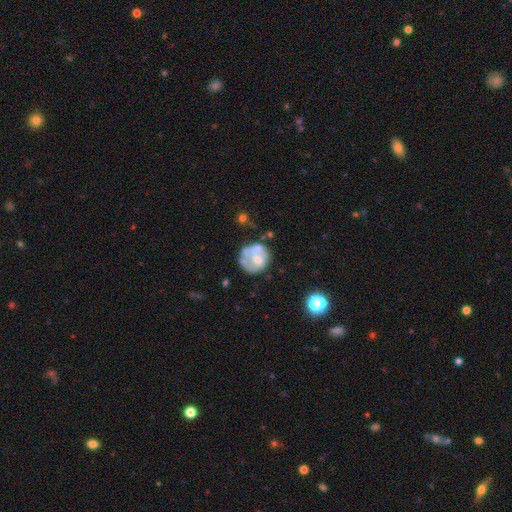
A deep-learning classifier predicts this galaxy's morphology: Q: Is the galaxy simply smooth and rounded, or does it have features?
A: featured or disk — 51%.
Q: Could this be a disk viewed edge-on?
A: no — 98%.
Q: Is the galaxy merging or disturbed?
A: none — 48%.